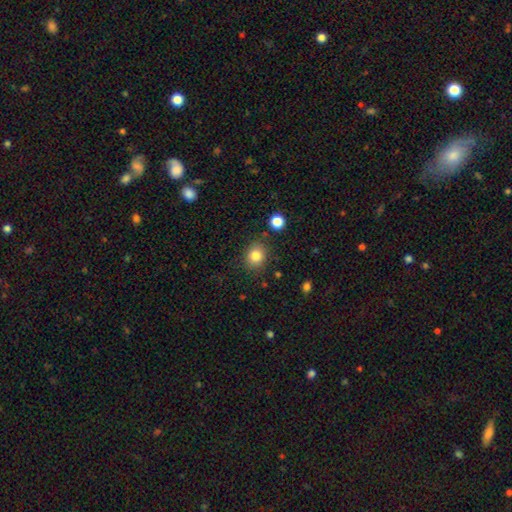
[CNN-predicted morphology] Overall: smooth (83%). How rounded: round (68%; in between 31%). Merging: none (84%).